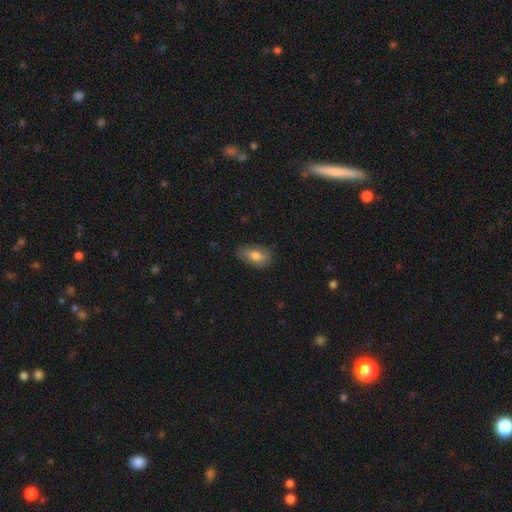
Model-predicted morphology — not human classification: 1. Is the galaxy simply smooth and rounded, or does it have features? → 76% smooth, 16% featured or disk, 8% star or artifact.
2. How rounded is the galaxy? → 88% in between, 6% round, 6% cigar-shaped.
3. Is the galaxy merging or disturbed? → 74% none, 21% minor disturbance, 4% major disturbance, 1% merger.